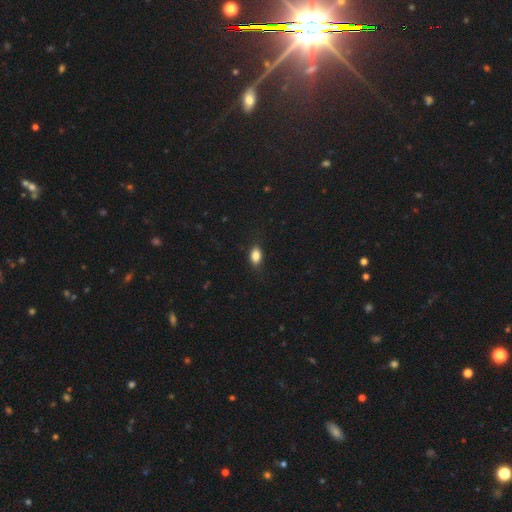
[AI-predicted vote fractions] Overall: smooth (86%). How rounded: in between (85%). Merging: none (83%).